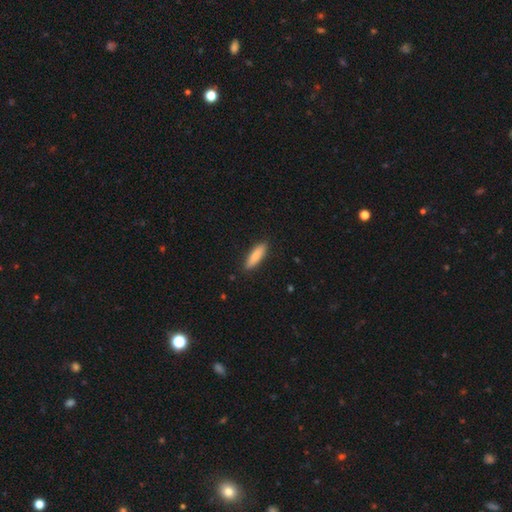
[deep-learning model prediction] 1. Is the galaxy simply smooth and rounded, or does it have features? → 83% smooth, 12% featured or disk, 5% star or artifact.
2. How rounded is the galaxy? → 63% cigar-shaped, 36% in between, 2% round.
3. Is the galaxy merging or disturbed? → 88% none, 9% minor disturbance, 2% major disturbance, 1% merger.